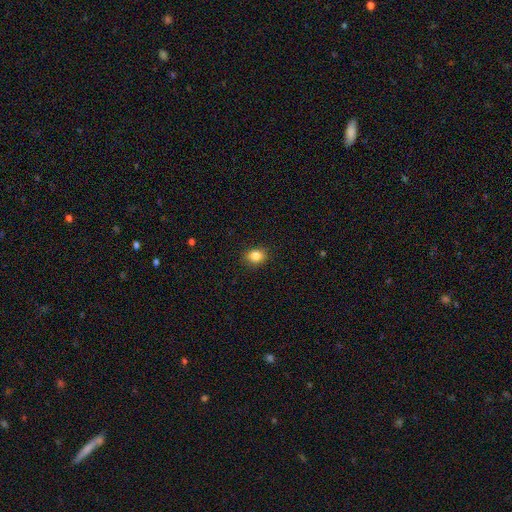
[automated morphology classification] This is clearly a smooth galaxy (85%). How rounded: possibly round (52%). Merging: clearly none (88%).